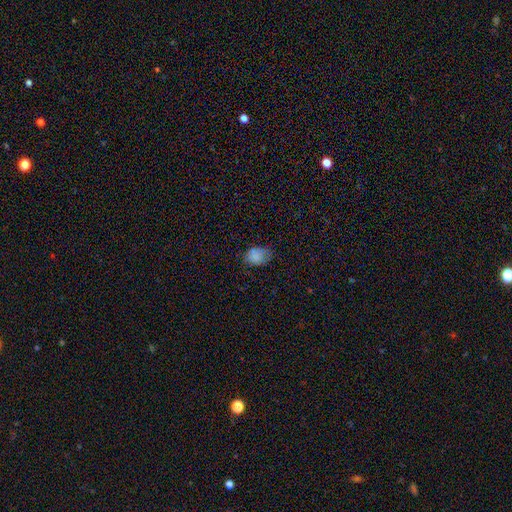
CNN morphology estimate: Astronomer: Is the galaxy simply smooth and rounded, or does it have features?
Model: smooth — 79%.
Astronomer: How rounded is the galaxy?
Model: in between — 78%.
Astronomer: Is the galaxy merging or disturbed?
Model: none — 63%.